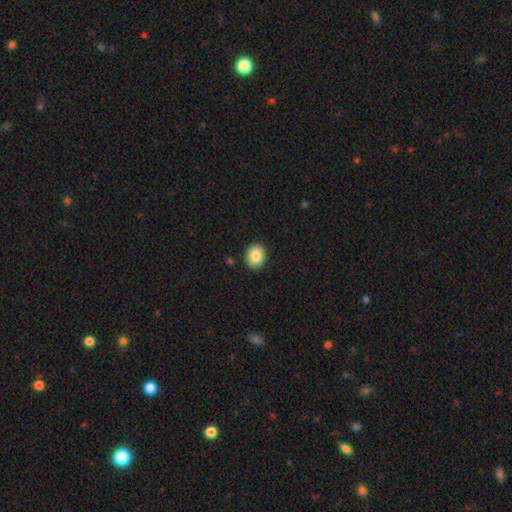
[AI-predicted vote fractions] Overall: smooth (85%). How rounded: round (57%; in between 42%). Merging: none (90%).